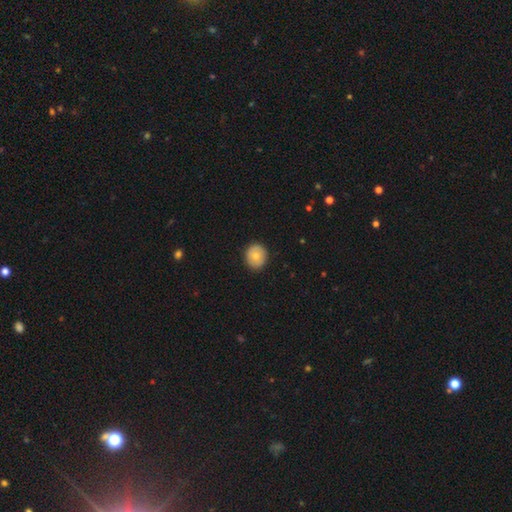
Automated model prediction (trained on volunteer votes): Morphology: type=smooth (74%); roundness=round (80%); merging=none (90%).